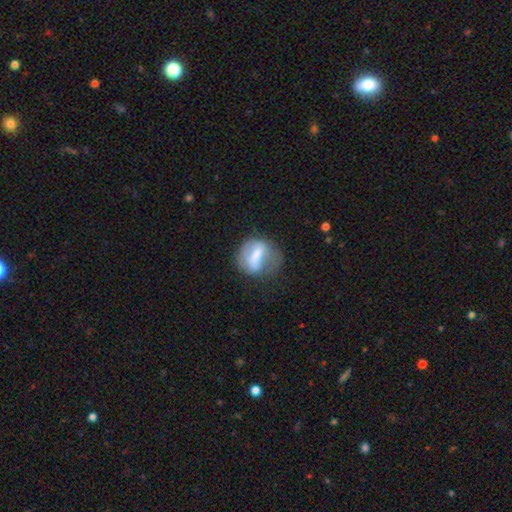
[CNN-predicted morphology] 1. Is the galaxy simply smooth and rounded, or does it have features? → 53% smooth, 39% featured or disk, 8% star or artifact.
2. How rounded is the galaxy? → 53% round, 43% in between, 4% cigar-shaped.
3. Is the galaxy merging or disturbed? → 41% none, 28% minor disturbance, 28% major disturbance, 3% merger.